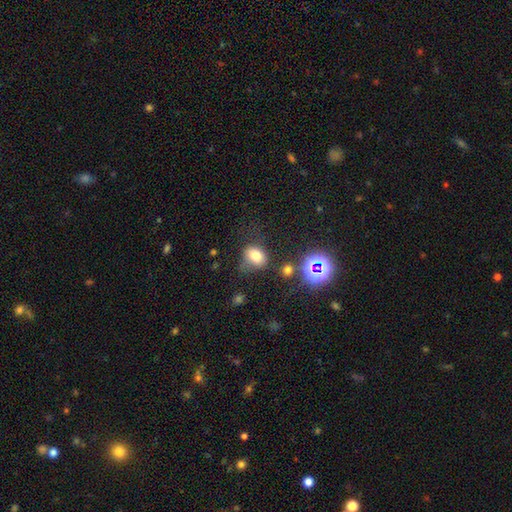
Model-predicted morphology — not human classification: Smooth or featured? smooth (73%)
How rounded? in between (54%)
Merging? none (58%)